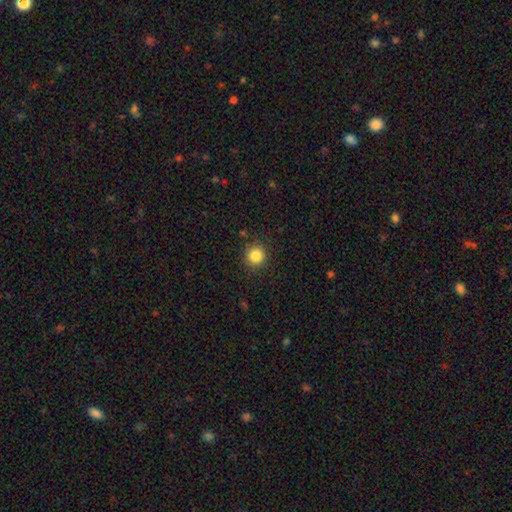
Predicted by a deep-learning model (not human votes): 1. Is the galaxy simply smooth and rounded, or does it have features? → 85% smooth, 11% star or artifact, 4% featured or disk.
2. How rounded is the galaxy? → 93% round, 6% in between, 1% cigar-shaped.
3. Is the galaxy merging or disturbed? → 90% none, 7% minor disturbance, 2% major disturbance, 1% merger.